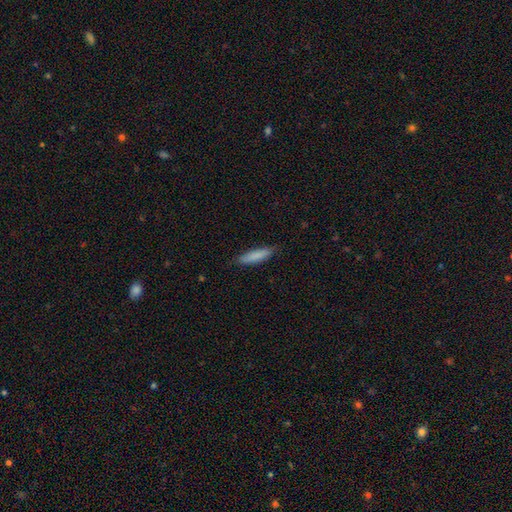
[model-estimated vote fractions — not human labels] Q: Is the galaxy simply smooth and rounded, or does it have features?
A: smooth — 84%.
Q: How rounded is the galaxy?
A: cigar-shaped — 76%.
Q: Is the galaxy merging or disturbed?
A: none — 84%.